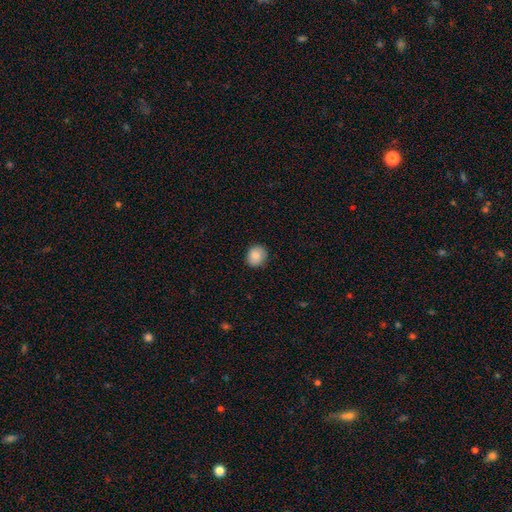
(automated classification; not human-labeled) Smooth or featured? Predicted: smooth (p=0.87). How rounded? Predicted: round (p=0.78). Merging? Predicted: none (p=0.87).